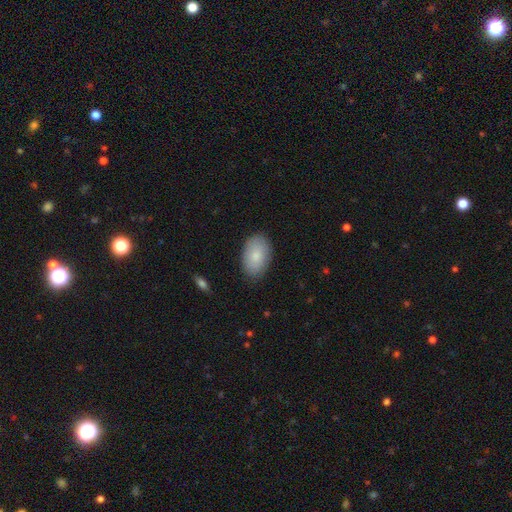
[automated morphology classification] This appears to be a smooth galaxy with no disk features (83%) that is in between round and cigar-shaped (92%). Merging: none (84%).